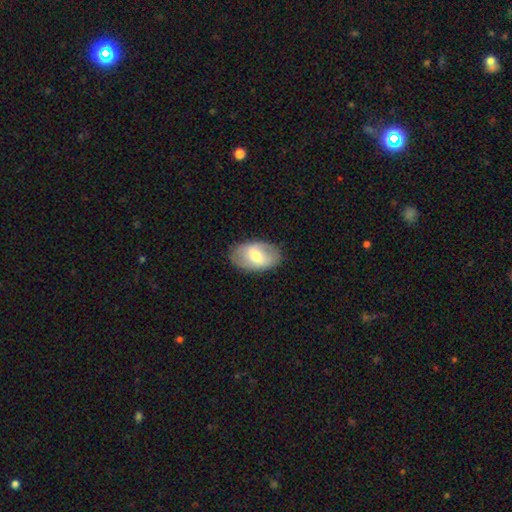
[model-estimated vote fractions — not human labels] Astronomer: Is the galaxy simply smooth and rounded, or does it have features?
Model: smooth — 54% (runner-up: featured or disk, 40%).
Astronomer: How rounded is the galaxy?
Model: in between — 91%.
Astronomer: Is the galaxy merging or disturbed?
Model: none — 82%.